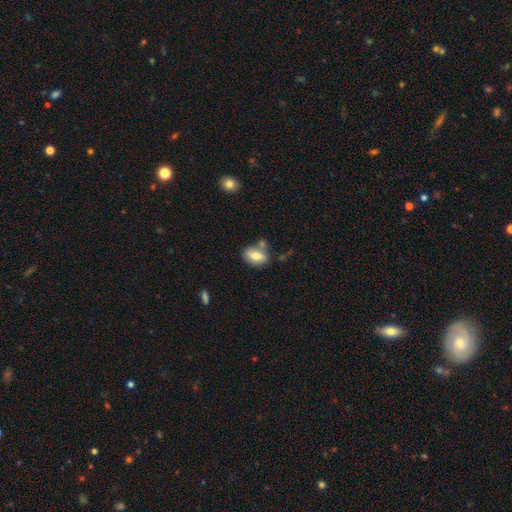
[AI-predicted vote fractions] Smooth or featured?
  - smooth: 77% *
  - featured or disk: 15%
  - star or artifact: 8%
How rounded?
  - in between: 82% *
  - round: 16%
  - cigar-shaped: 2%
Merging?
  - none: 61% *
  - merger: 18%
  - minor disturbance: 17%
  - major disturbance: 4%